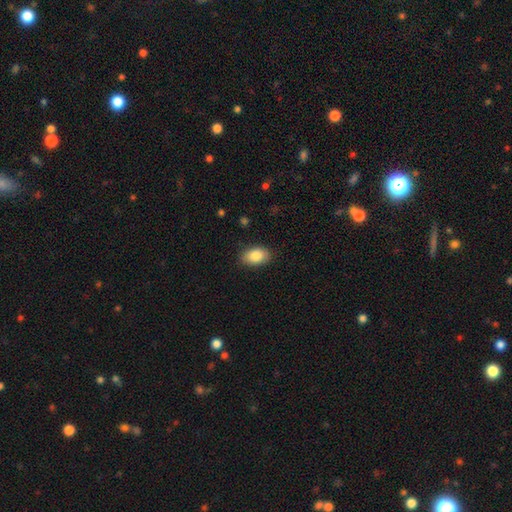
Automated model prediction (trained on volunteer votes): A smooth galaxy with no disk features (86%) that is in between round and cigar-shaped (89%). Merging: none (85%).